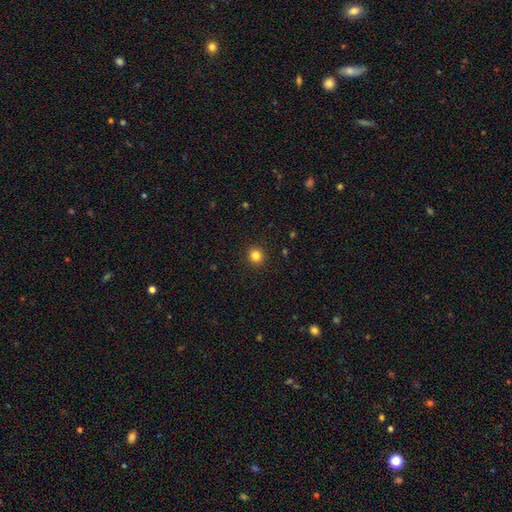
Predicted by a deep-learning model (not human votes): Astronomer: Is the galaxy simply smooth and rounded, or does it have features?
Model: smooth — 83%.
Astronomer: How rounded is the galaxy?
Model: round — 87%.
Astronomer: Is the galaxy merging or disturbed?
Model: none — 92%.